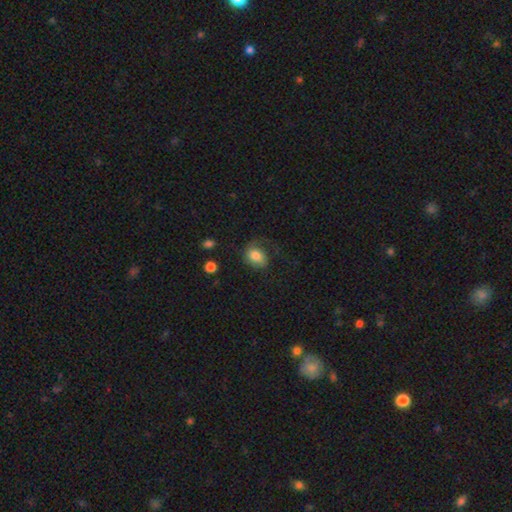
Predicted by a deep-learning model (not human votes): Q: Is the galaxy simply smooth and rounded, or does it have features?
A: smooth — 68%.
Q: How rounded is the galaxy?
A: in between — 57%.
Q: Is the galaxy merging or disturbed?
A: none — 45%.